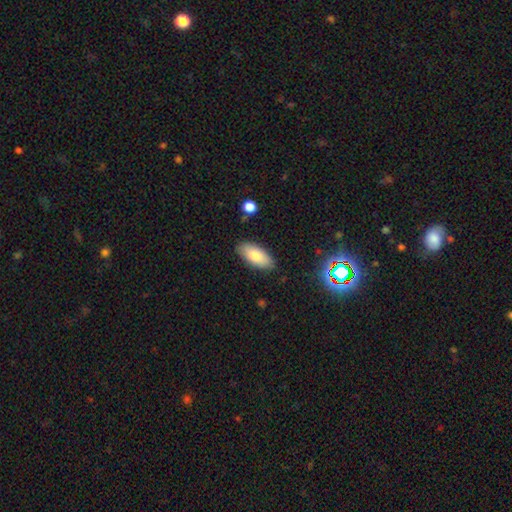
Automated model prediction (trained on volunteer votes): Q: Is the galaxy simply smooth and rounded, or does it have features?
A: smooth — 81%.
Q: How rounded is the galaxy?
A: in between — 89%.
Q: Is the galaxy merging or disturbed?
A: none — 85%.